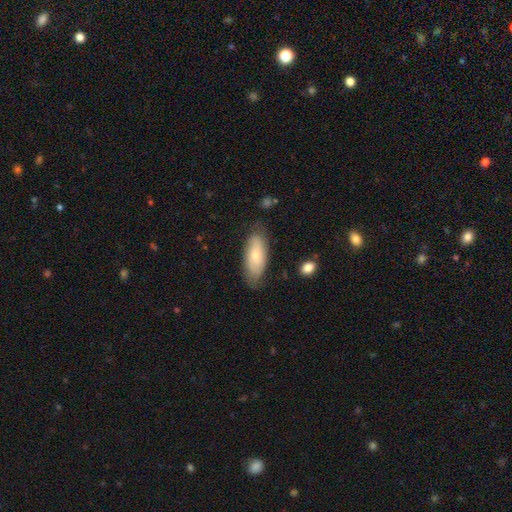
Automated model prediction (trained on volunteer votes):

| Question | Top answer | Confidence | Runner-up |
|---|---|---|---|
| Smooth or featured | smooth | 64% | featured or disk (30%) |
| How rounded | in between | 81% | cigar-shaped (17%) |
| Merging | none | 73% | minor disturbance (21%) |